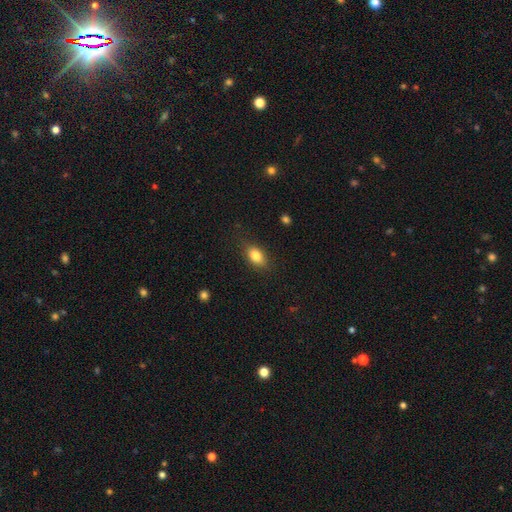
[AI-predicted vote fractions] Smooth or featured? Predicted: smooth (p=0.83). How rounded? Predicted: in between (p=0.85). Merging? Predicted: none (p=0.82).